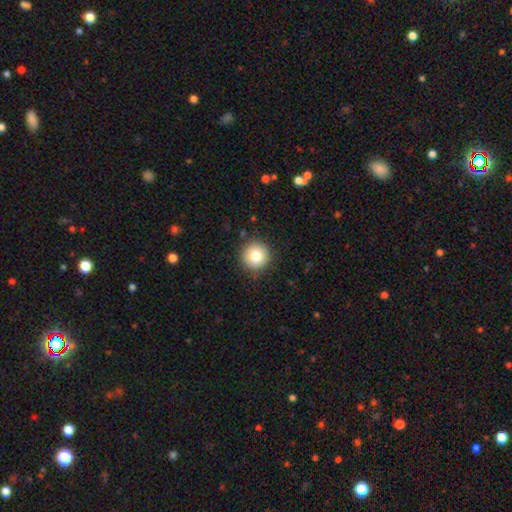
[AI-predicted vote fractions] Smooth or featured? smooth (82%)
How rounded? round (95%)
Merging? none (89%)